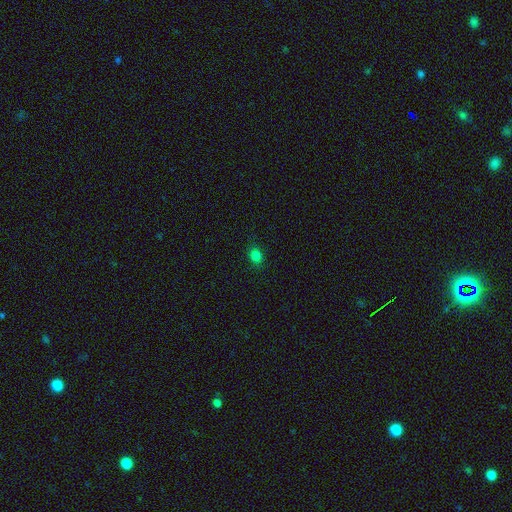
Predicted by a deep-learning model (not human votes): Smooth or featured? smooth (80%)
How rounded? in between (50%)
Merging? none (86%)